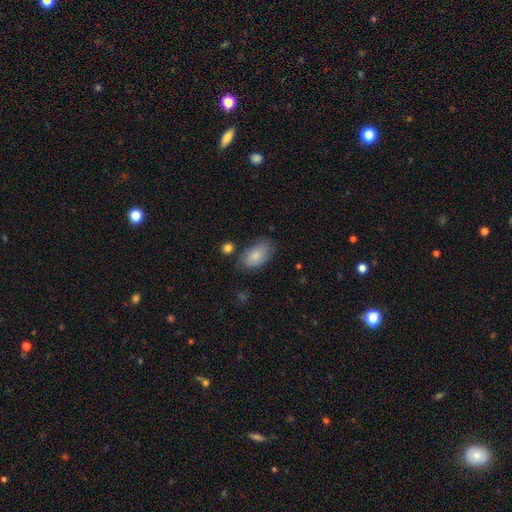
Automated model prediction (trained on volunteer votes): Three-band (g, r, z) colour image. It shows a smooth galaxy with no disk features (80%) that is in between round and cigar-shaped (92%). Merging: none (68%).